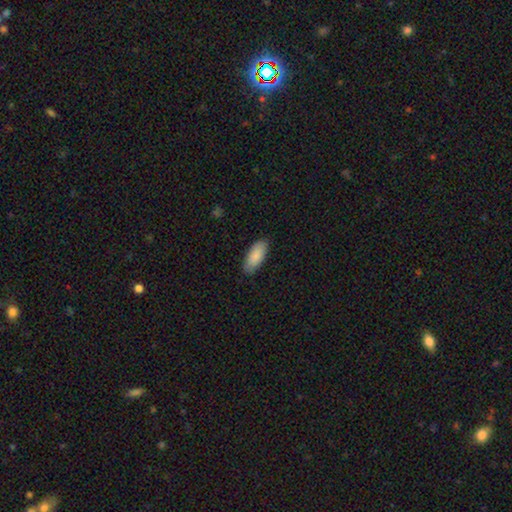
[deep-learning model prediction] A smooth galaxy with no disk features (89%) that is in between round and cigar-shaped (82%). Merging: none (87%).